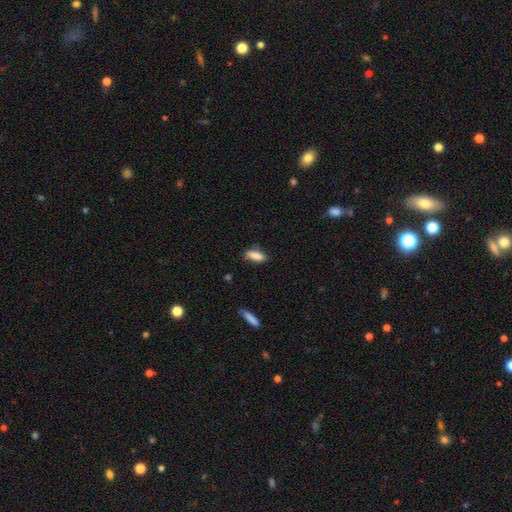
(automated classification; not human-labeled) Smooth or featured? smooth (83%)
How rounded? in between (64%)
Merging? none (74%)